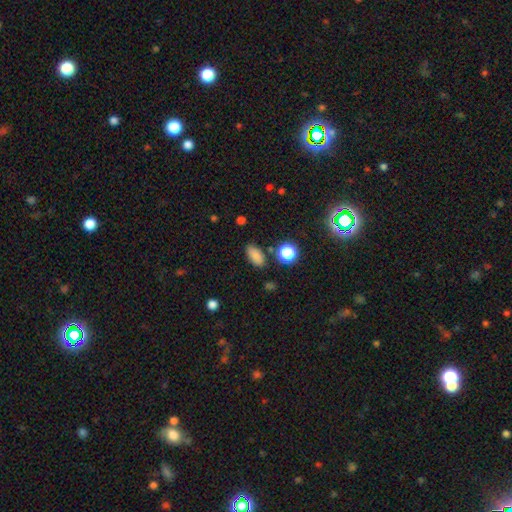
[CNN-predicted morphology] A smooth galaxy with no disk features (82%) that is in between round and cigar-shaped (87%). Merging: none (83%).